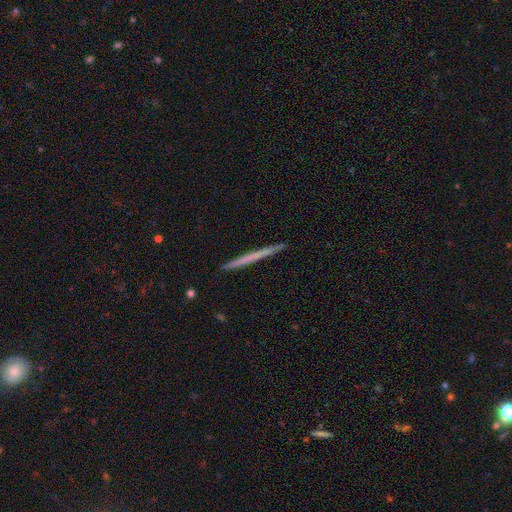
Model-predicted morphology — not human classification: The model was most divided on "smooth or featured": smooth: 51%, featured or disk: 44%, star or artifact: 5%. More confident: how rounded — cigar-shaped (97%); merging — none (93%).